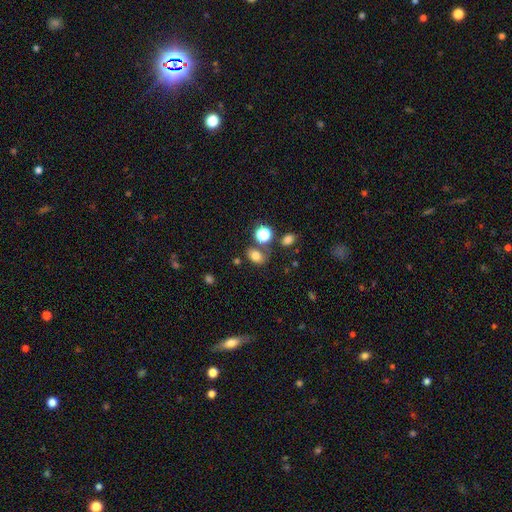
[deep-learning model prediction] smooth-or-featured: smooth: 77% | star or artifact: 15% | featured or disk: 8%
  how-rounded: in between: 68% | round: 30% | cigar-shaped: 1%
  merging: none: 65% | merger: 15% | minor disturbance: 15% | major disturbance: 6%